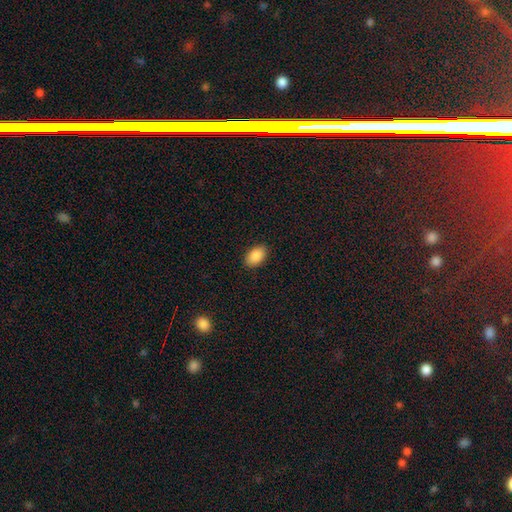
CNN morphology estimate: Smooth or featured? smooth (89%)
How rounded? in between (92%)
Merging? none (89%)